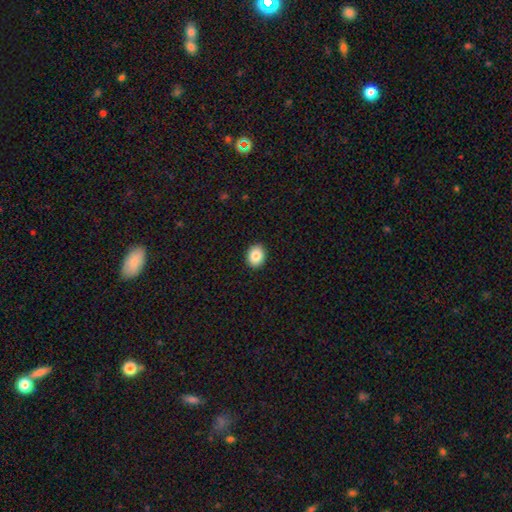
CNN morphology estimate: A smooth galaxy with no disk features (86%) that is in between round and cigar-shaped (52%). Merging: none (92%).